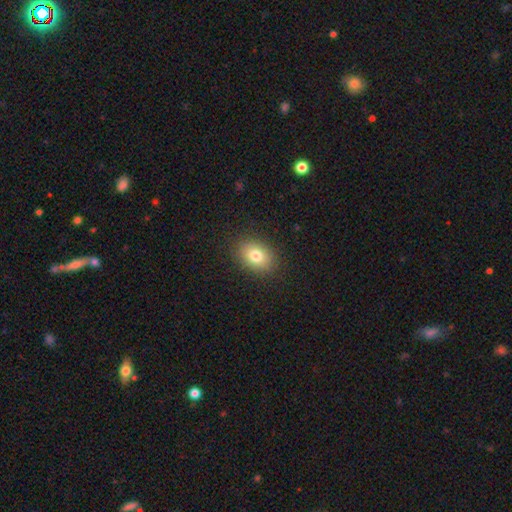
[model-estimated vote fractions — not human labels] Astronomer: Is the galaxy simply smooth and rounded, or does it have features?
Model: smooth — 80%.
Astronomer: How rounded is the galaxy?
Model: in between — 70%.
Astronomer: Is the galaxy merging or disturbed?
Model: none — 88%.